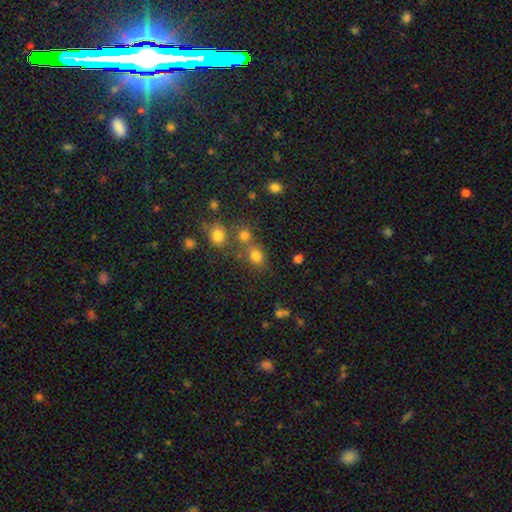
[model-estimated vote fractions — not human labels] Smooth or featured? smooth (75%)
How rounded? round (64%)
Merging? none (54%)